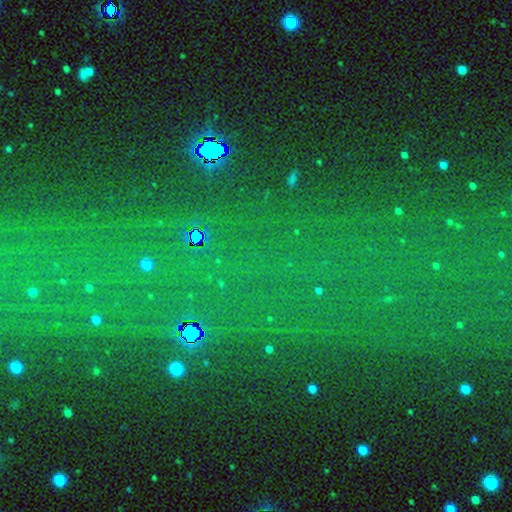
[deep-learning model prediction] smooth_or_featured: star or artifact (p=0.81) [alt: smooth p=0.10]